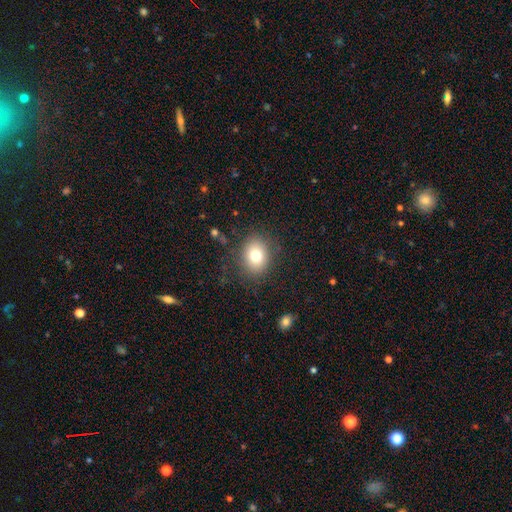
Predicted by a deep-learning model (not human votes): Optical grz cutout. It shows a smooth galaxy with no disk features (77%) that is round (54%). Merging: none (82%).